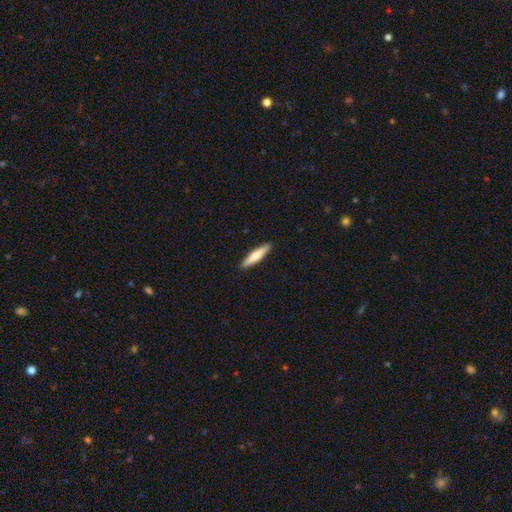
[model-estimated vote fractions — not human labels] A smooth galaxy with no disk features (70%) that is cigar-shaped (88%).

Vote fractions:
- Smooth or featured? smooth: 70% / featured or disk: 26% / star or artifact: 5%
- How rounded? cigar-shaped: 88% / in between: 11% / round: 1%
- Merging? none: 91% / minor disturbance: 7% / major disturbance: 1% / merger: 1%